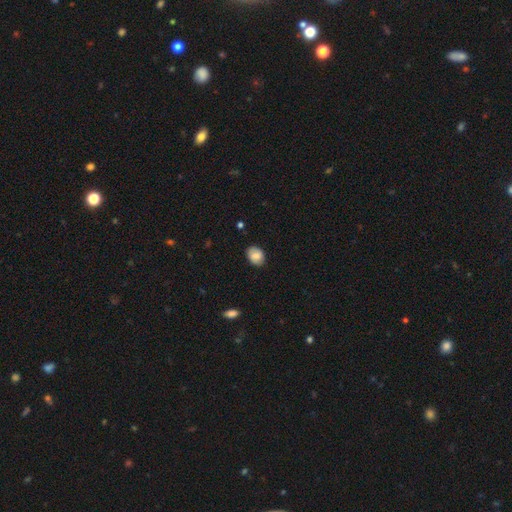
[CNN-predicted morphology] Smooth or featured? smooth (78%)
How rounded? in between (67%)
Merging? none (83%)